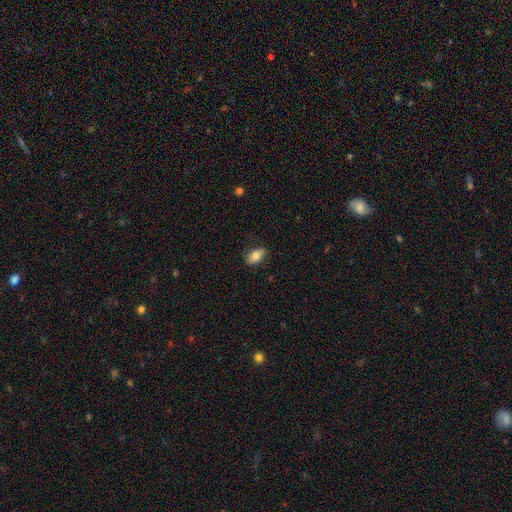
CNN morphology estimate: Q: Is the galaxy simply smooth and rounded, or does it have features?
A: smooth — 76%.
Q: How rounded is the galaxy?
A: in between — 88%.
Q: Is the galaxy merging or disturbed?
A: none — 79%.